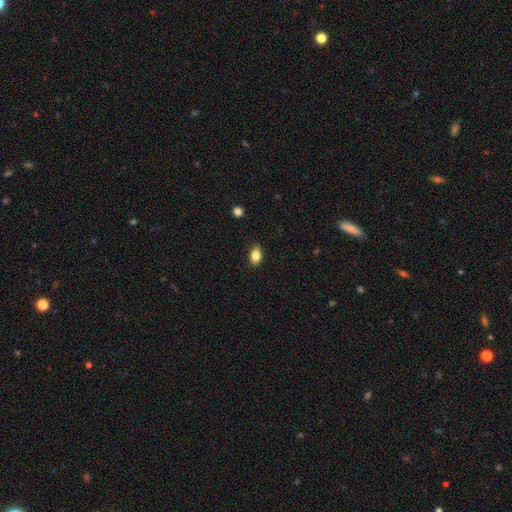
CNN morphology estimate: A smooth galaxy with no disk features (84%) that is in between round and cigar-shaped (81%). Merging: none (86%).